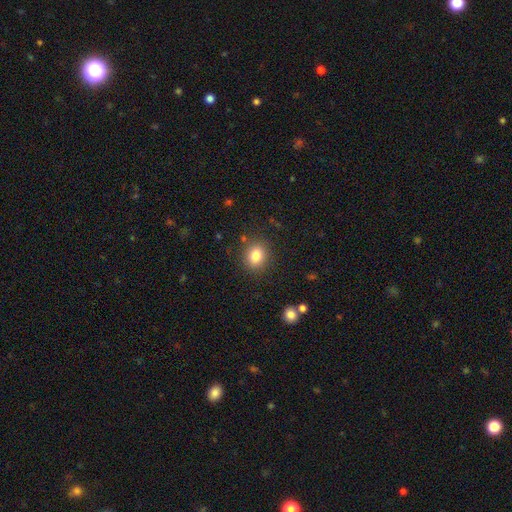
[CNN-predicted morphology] Q: Smooth or featured?
A: smooth (82%); runner-up: star or artifact (11%)
Q: How rounded?
A: round (61%); runner-up: in between (38%)
Q: Merging?
A: none (86%); runner-up: minor disturbance (9%)